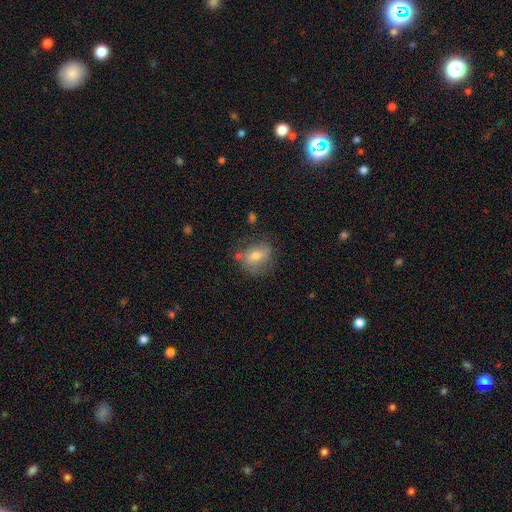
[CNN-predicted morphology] smooth-or-featured: smooth: 65% | featured or disk: 27% | star or artifact: 9%
  how-rounded: round: 53% | in between: 46% | cigar-shaped: 1%
  merging: none: 59% | minor disturbance: 26% | major disturbance: 10% | merger: 6%